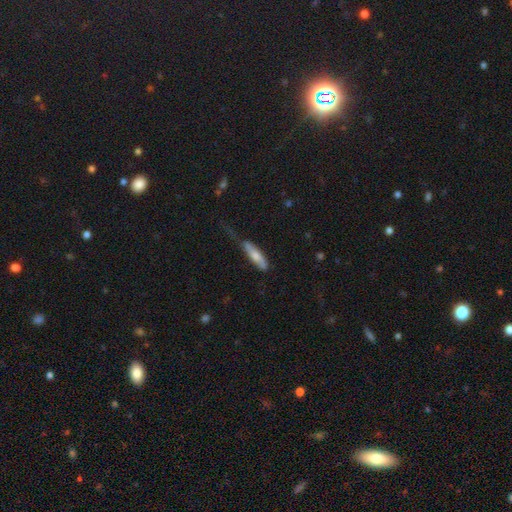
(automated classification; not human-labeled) A smooth galaxy with no disk features (65%) that is cigar-shaped (67%). Merging: none (42%).